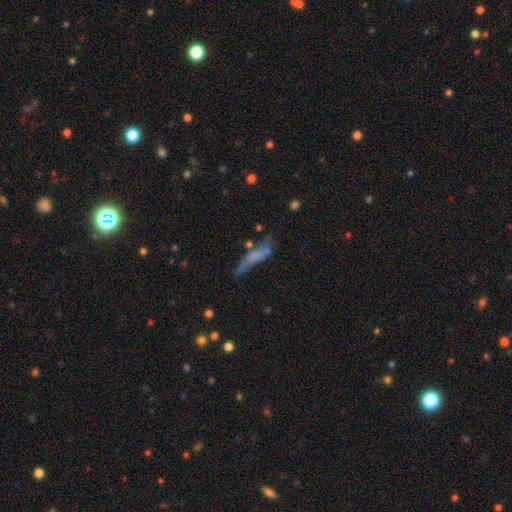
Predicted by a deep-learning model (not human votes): The model was most divided on "smooth or featured": smooth: 49%, featured or disk: 38%, star or artifact: 13%. Remaining: merging — none (42%).